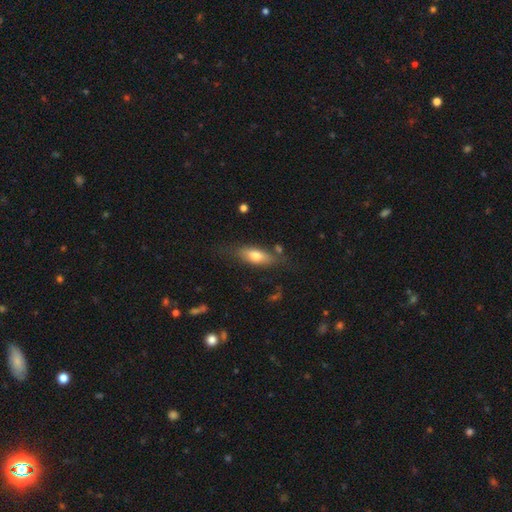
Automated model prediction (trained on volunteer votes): smooth_or_featured: smooth (p=0.70) [alt: featured or disk p=0.23]
how_rounded: in between (p=0.69) [alt: cigar-shaped p=0.28]
merging: none (p=0.68) [alt: minor disturbance p=0.20]